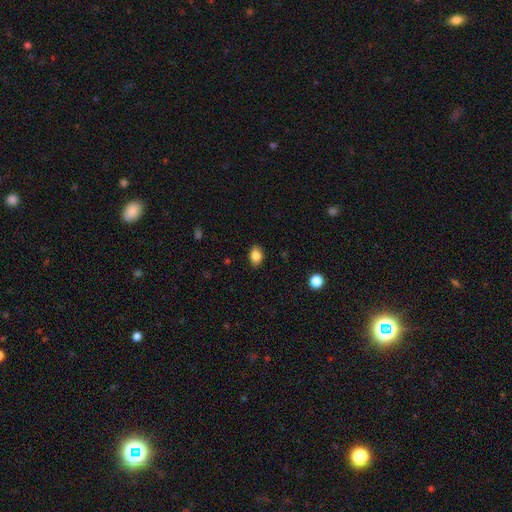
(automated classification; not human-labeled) Morphology: type=smooth (86%); roundness=in between (82%); merging=none (87%).